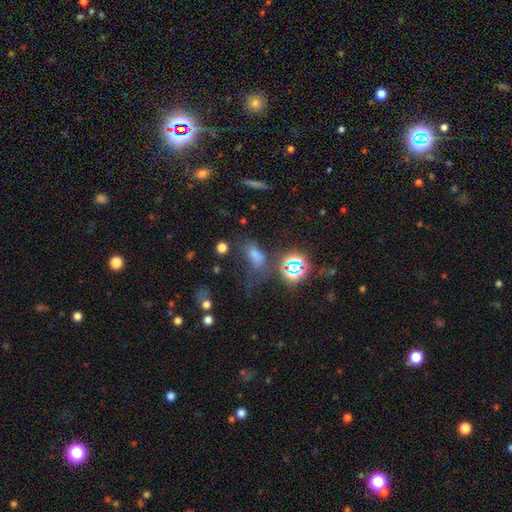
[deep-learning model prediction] Morphology: type=smooth (58%); roundness=in between (76%); merging=none (41%).